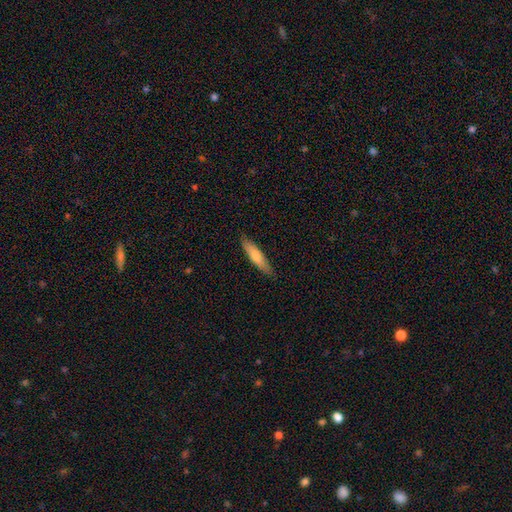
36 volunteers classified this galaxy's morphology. This appears to be a smooth galaxy with no disk features (61%) that is cigar-shaped (77%). Merging: none (91%).